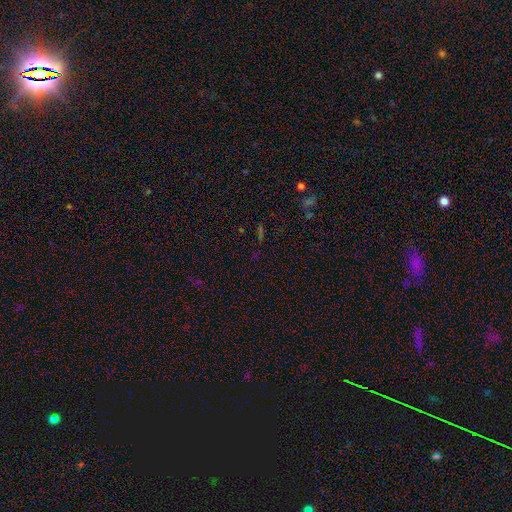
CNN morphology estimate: A star or artifact, not a galaxy (68%).